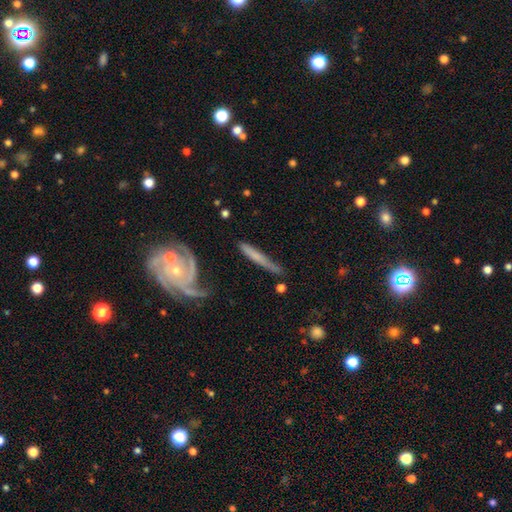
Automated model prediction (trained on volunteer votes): A featured or disk galaxy (55%) viewed edge-on (68%). Merging: none (64%).